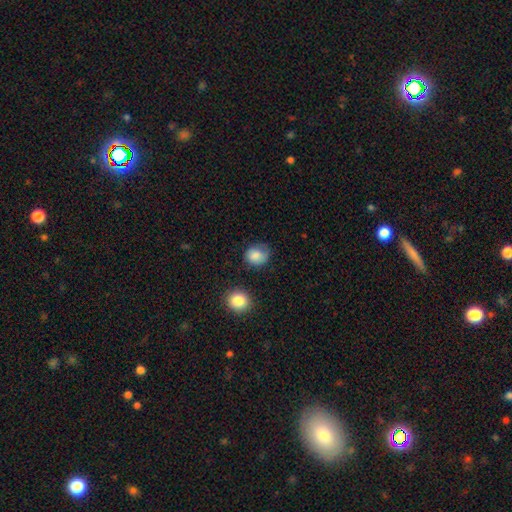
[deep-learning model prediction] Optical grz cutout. It shows a smooth galaxy with no disk features (80%) that is round (66%). Merging: none (62%).